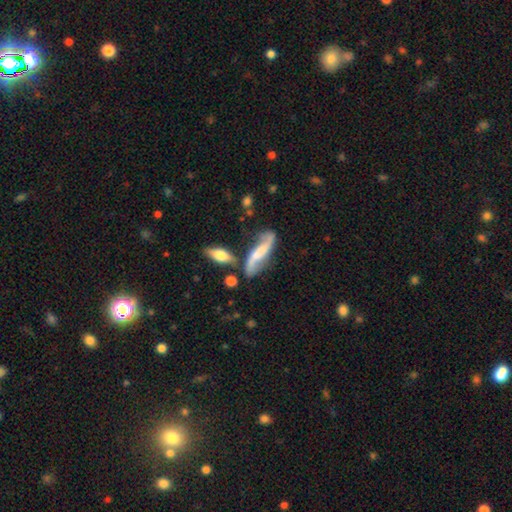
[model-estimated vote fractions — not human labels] A featured or disk galaxy (69%) with no bar (39%), spiral arms (89%) and a small central bulge (34%). Merging: none (56%).